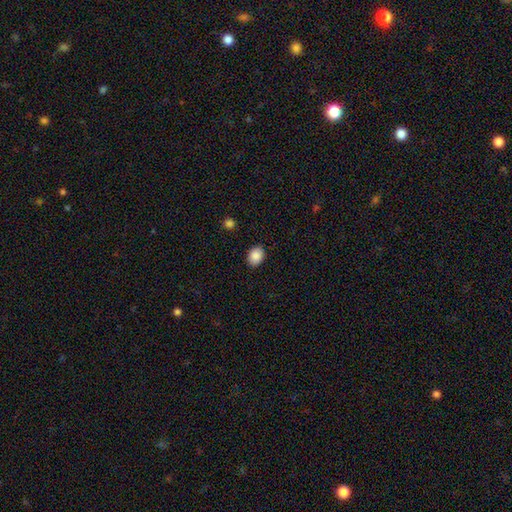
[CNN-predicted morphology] Overall: smooth (89%). How rounded: in between (68%; round 32%). Merging: none (89%).